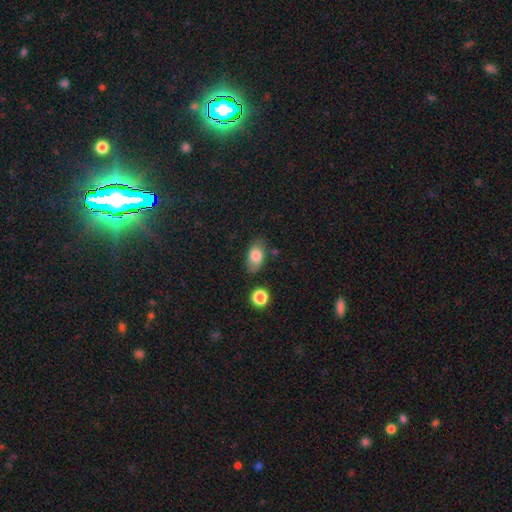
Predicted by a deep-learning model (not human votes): The model was most divided on "merging": none: 74%, minor disturbance: 18%, major disturbance: 4%, merger: 4%. More confident: how rounded — in between (88%); smooth or featured — smooth (80%).